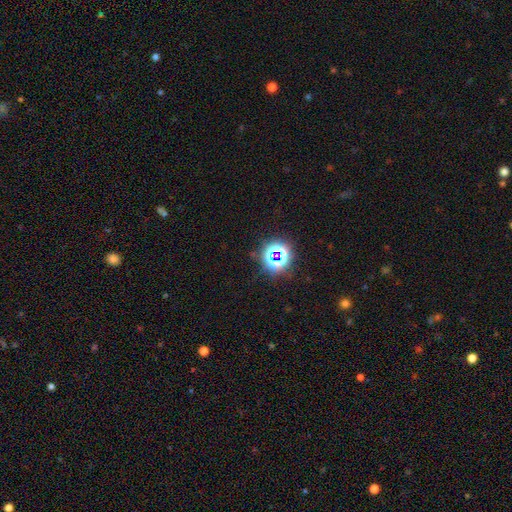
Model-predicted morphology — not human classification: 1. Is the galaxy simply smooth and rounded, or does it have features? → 75% star or artifact, 17% smooth, 8% featured or disk.